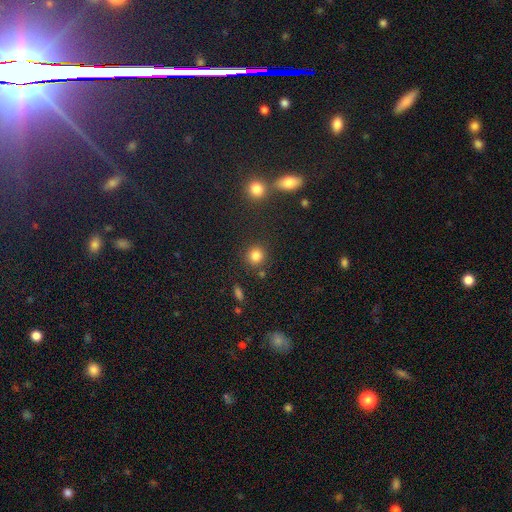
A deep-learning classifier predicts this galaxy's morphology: Smooth or featured: smooth — 83% (star or artifact — 12%)
How rounded: round — 90% (in between — 9%)
Merging: none — 83% (minor disturbance — 8%)